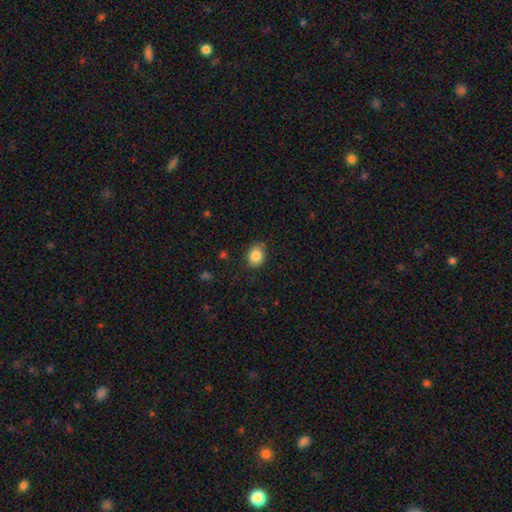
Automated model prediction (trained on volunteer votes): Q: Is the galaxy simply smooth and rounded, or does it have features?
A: smooth — 86%.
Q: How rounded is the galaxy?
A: in between — 56%.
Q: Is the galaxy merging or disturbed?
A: none — 83%.